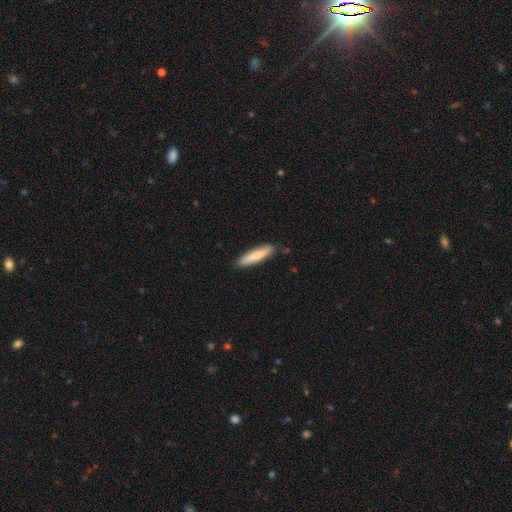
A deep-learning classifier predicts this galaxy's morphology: A smooth galaxy with no disk features (76%) that is cigar-shaped (79%).

Vote fractions:
- Smooth or featured? smooth: 76% / featured or disk: 18% / star or artifact: 5%
- How rounded? cigar-shaped: 79% / in between: 20% / round: 1%
- Merging? none: 85% / minor disturbance: 12% / major disturbance: 2% / merger: 1%